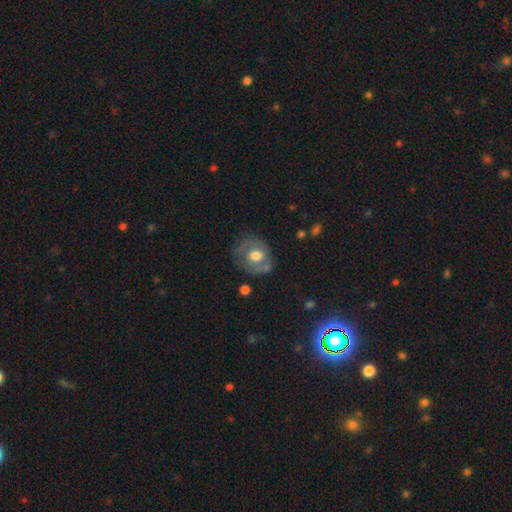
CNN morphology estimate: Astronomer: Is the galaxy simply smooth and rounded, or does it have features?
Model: smooth — 48% (runner-up: featured or disk, 45%).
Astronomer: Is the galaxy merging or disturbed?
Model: none — 62%.